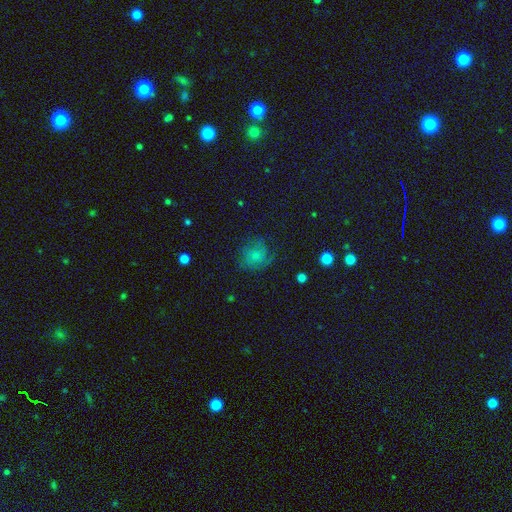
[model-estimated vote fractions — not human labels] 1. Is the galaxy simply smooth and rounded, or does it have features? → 66% smooth, 23% featured or disk, 11% star or artifact.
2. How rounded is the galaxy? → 77% round, 22% in between, 1% cigar-shaped.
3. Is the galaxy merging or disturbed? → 61% none, 24% minor disturbance, 14% major disturbance, 2% merger.